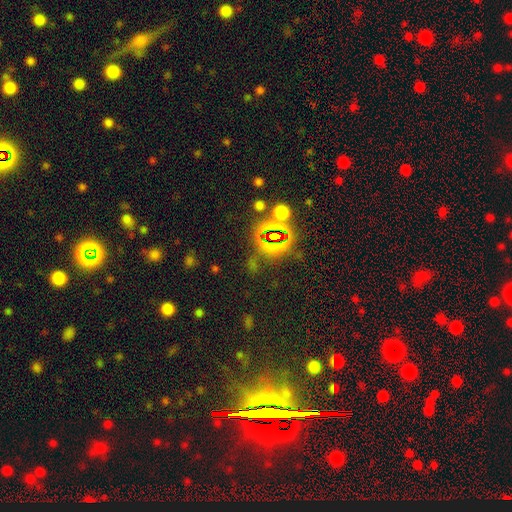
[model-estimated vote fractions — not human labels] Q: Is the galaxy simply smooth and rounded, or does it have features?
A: star or artifact — 78%.